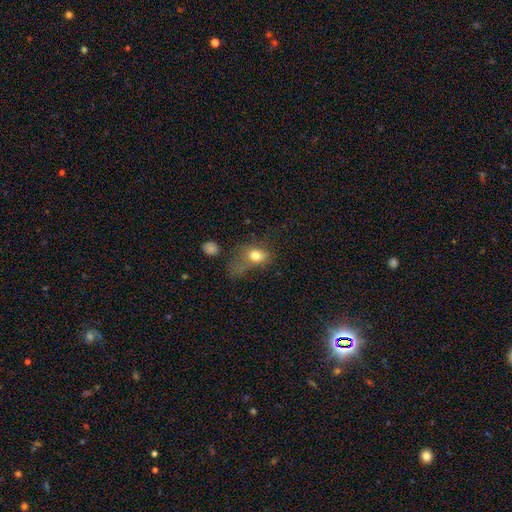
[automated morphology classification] Smooth or featured? smooth (74%)
How rounded? in between (62%)
Merging? major disturbance (45%)